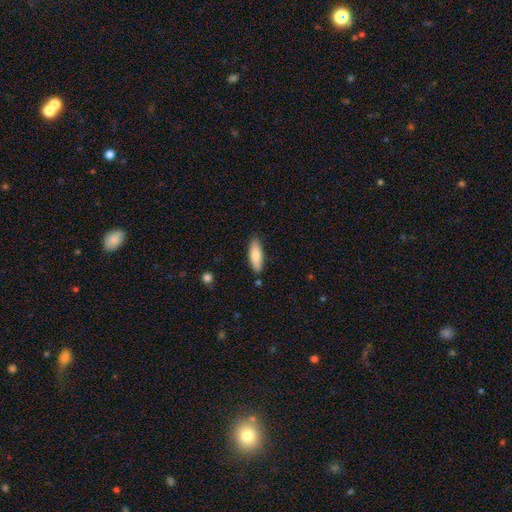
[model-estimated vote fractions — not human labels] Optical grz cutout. It shows a smooth galaxy with no disk features (82%) that is in between round and cigar-shaped (62%). Merging: none (84%).